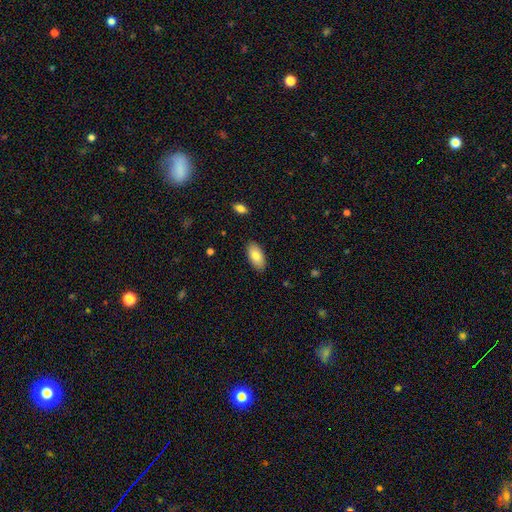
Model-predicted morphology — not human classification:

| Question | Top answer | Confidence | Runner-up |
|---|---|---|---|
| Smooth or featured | smooth | 81% | featured or disk (12%) |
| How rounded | in between | 94% | cigar-shaped (4%) |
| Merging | none | 88% | minor disturbance (9%) |